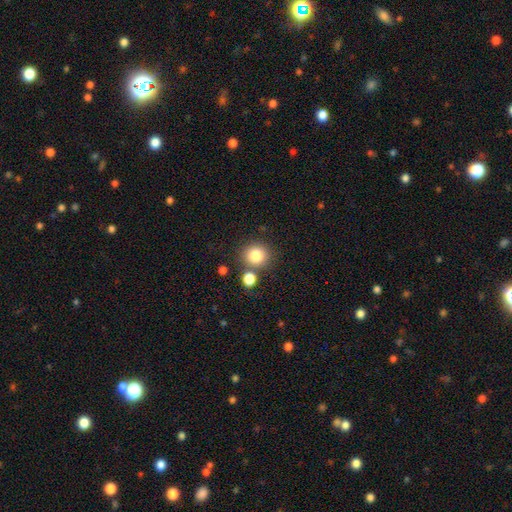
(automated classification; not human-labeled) Smooth or featured: smooth — 82% (star or artifact — 11%)
How rounded: round — 88% (in between — 11%)
Merging: none — 75% (merger — 13%)